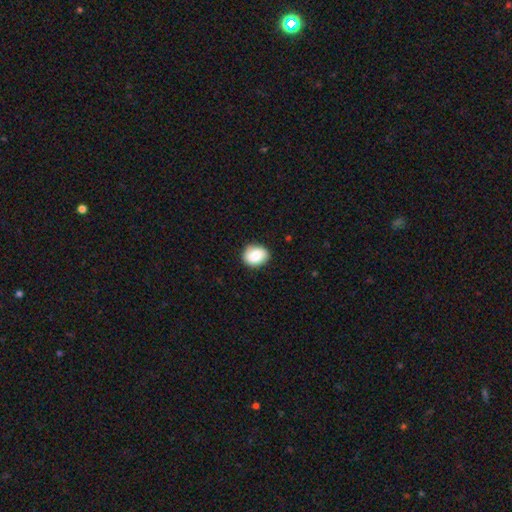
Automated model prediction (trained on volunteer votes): A smooth galaxy with no disk features (82%) that is round (57%).

Vote fractions:
- Smooth or featured? smooth: 82% / featured or disk: 10% / star or artifact: 8%
- How rounded? round: 57% / in between: 42% / cigar-shaped: 1%
- Merging? none: 84% / minor disturbance: 12% / major disturbance: 3% / merger: 1%